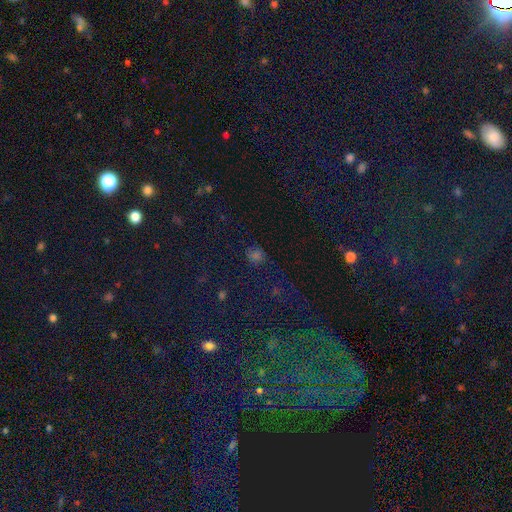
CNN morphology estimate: Q: Smooth or featured?
A: star or artifact (50%); runner-up: smooth (42%)